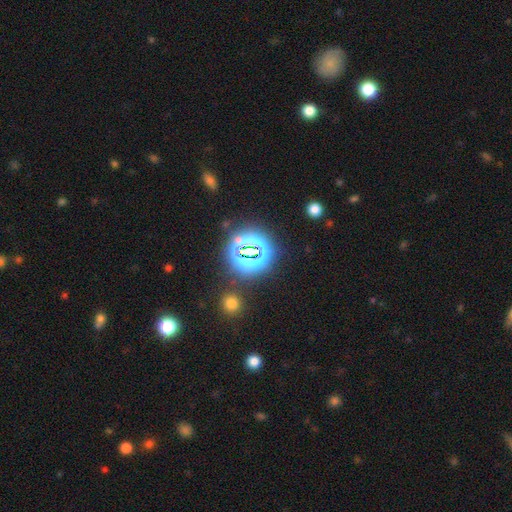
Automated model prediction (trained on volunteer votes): Q: Smooth or featured?
A: star or artifact (76%); runner-up: smooth (16%)